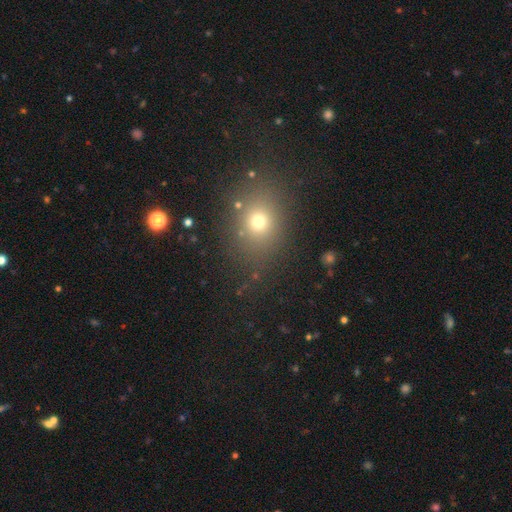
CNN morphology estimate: Overall: smooth (61%; star or artifact 28%). How rounded: round (56%; in between 43%). Merging: none (81%).